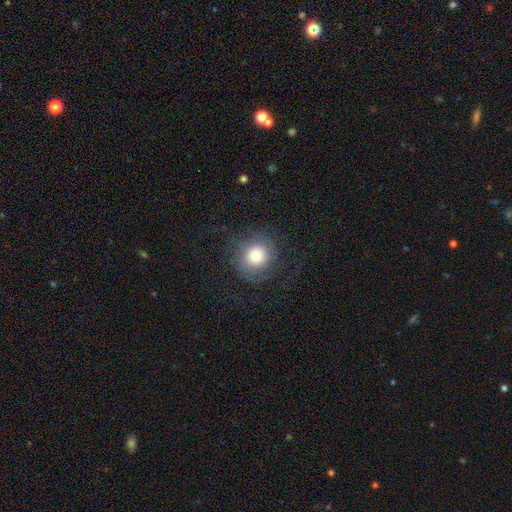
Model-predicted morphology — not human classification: A smooth galaxy with no disk features (60%) that is round (89%).

Vote fractions:
- Smooth or featured? smooth: 60% / featured or disk: 30% / star or artifact: 10%
- How rounded? round: 89% / in between: 10% / cigar-shaped: 1%
- Merging? none: 72% / major disturbance: 14% / minor disturbance: 13% / merger: 1%